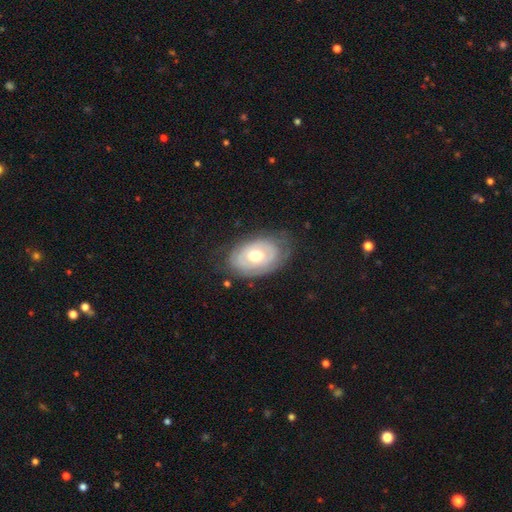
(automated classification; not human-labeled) Morphology: type=featured or disk (58%); edge-on=no (93%); bar=no (82%); spiral arms=no (60%); bulge=moderate (72%); merging=none (71%).